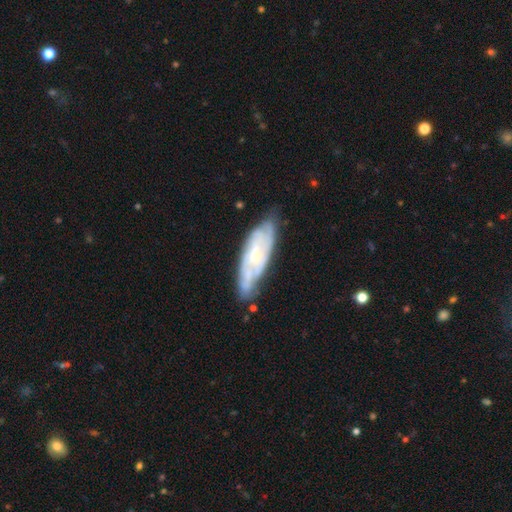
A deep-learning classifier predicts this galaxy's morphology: Smooth or featured? Predicted: featured or disk (p=0.71). Edge-on disk? Predicted: no (p=0.80). Bar? Predicted: no (p=0.63). Spiral arms? Predicted: yes (p=0.81). Bulge size? Predicted: small (p=0.60). Merging? Predicted: none (p=0.67).